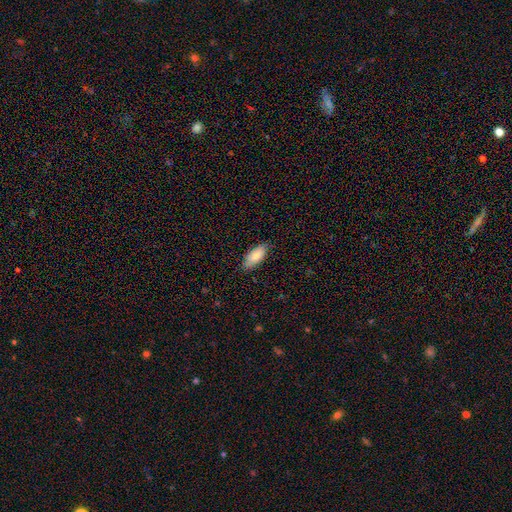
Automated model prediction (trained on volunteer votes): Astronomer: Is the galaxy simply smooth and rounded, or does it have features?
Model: smooth — 84%.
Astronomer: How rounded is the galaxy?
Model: in between — 86%.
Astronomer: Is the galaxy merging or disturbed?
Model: none — 78%.